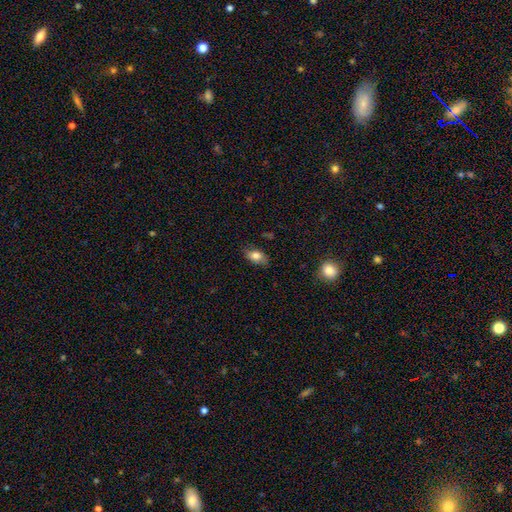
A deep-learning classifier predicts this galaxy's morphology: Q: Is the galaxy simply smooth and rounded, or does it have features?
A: smooth — 79%.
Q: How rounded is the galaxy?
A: in between — 88%.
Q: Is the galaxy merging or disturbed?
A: none — 77%.